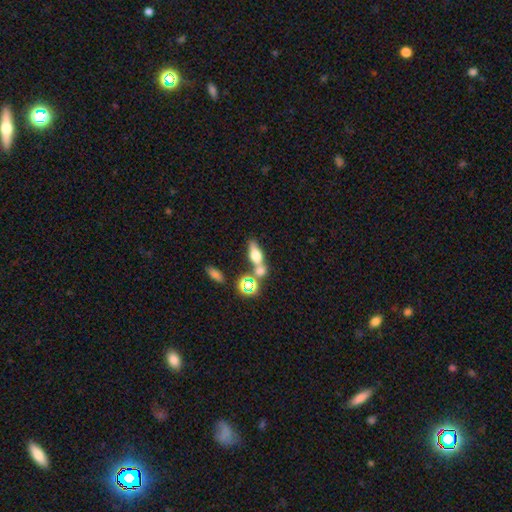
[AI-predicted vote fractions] Overall: smooth (52%; featured or disk 32%). How rounded: in between (55%; cigar-shaped 29%). Merging: none (44%; merger 39%).